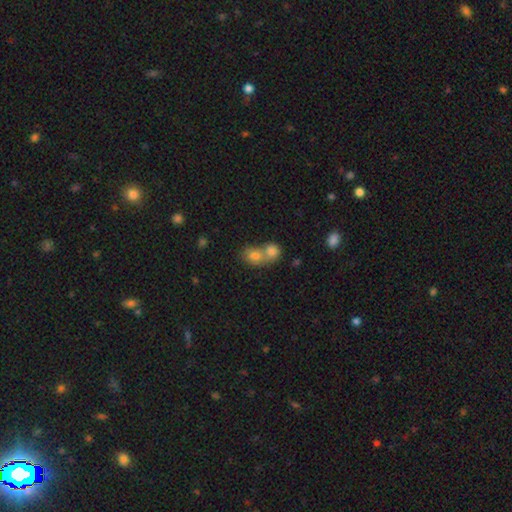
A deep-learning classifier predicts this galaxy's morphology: smooth-or-featured: smooth: 74% | featured or disk: 14% | star or artifact: 12%
  how-rounded: round: 56% | in between: 43% | cigar-shaped: 1%
  merging: merger: 67% | none: 25% | minor disturbance: 6% | major disturbance: 3%